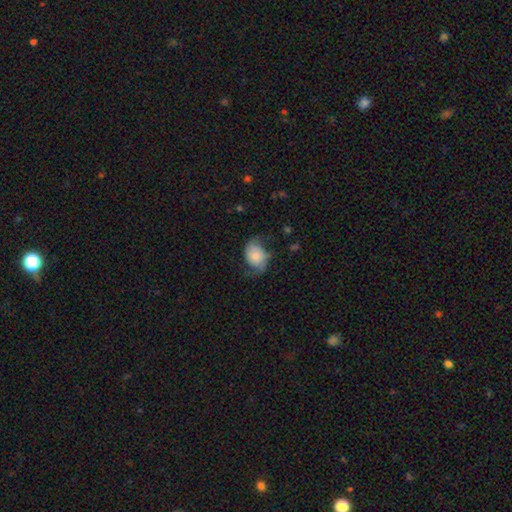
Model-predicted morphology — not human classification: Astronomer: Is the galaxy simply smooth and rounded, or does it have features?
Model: smooth — 56% (runner-up: featured or disk, 36%).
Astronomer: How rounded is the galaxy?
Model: in between — 73%.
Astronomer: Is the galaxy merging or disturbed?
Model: none — 47% (runner-up: minor disturbance, 31%).